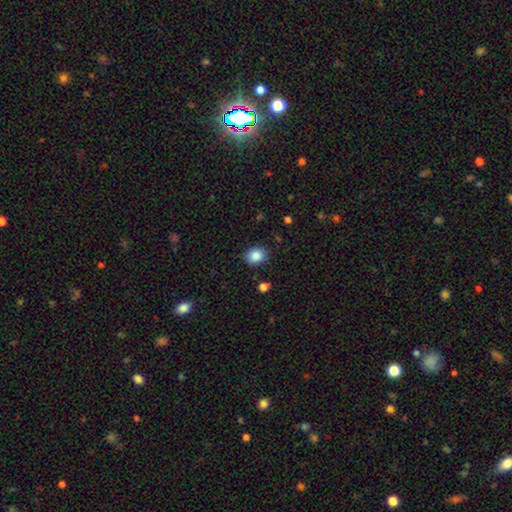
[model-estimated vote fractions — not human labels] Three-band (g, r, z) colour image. It shows a smooth galaxy with no disk features (87%) that is in between round and cigar-shaped (51%). Merging: none (86%).